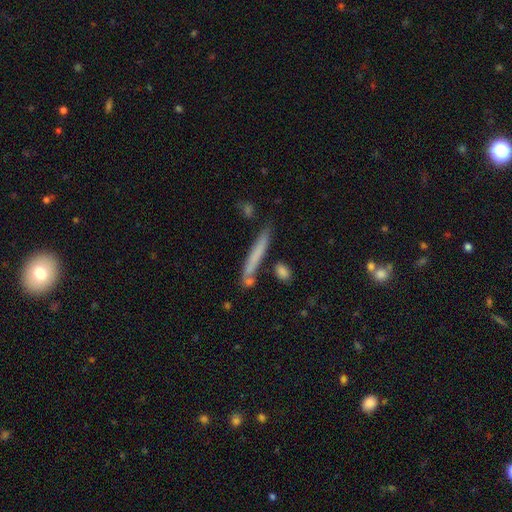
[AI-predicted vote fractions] The model was most divided on "smooth or featured": smooth: 61%, featured or disk: 32%, star or artifact: 7%. More confident: how rounded — cigar-shaped (95%); merging — none (77%).